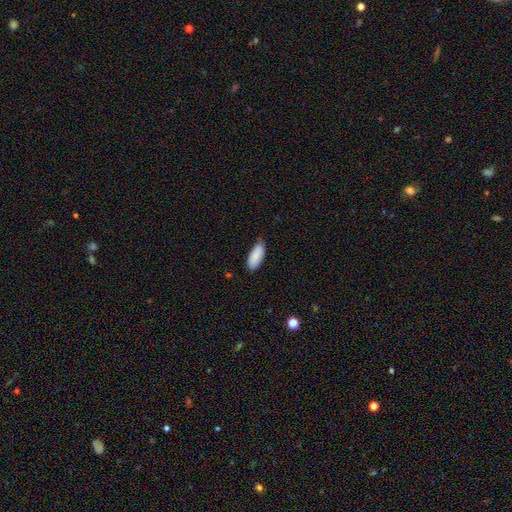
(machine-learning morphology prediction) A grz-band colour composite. It shows a smooth galaxy with no disk features (88%) that is in between round and cigar-shaped (85%). Merging: none (77%).